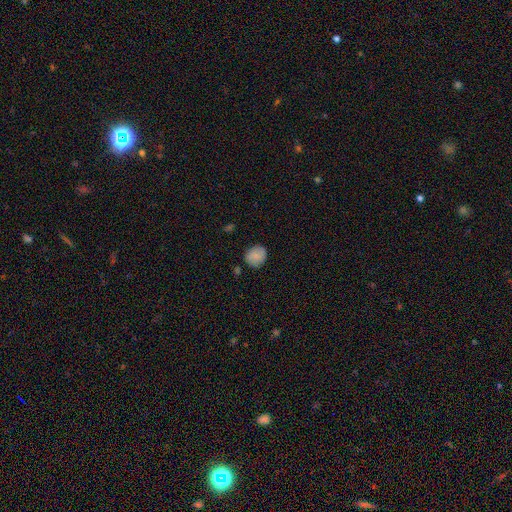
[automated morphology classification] Smooth or featured?
  - smooth: 81% *
  - featured or disk: 11%
  - star or artifact: 8%
How rounded?
  - round: 78% *
  - in between: 21%
  - cigar-shaped: 1%
Merging?
  - none: 80% *
  - minor disturbance: 15%
  - major disturbance: 3%
  - merger: 2%